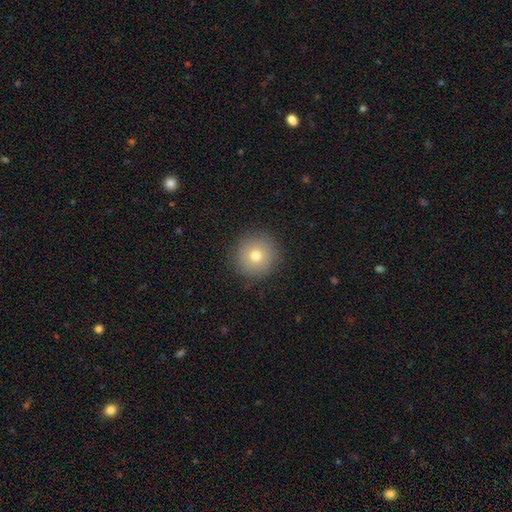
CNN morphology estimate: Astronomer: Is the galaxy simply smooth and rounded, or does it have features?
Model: smooth — 75%.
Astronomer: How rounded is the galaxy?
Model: round — 95%.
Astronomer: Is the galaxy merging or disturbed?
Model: none — 91%.